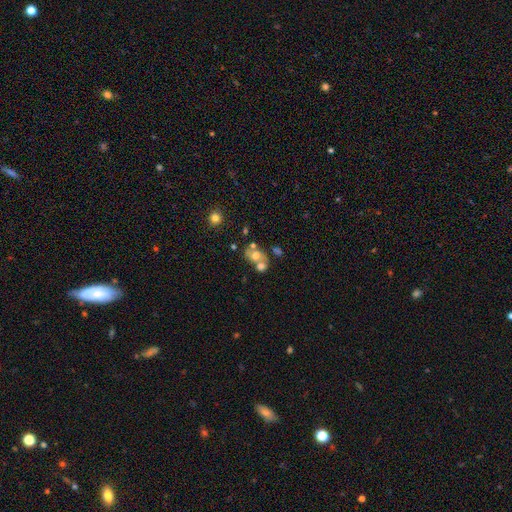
Smooth or featured? 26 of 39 (67%) said smooth. How rounded? 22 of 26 (85%) said in between. Merging? 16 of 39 (41%) said none.